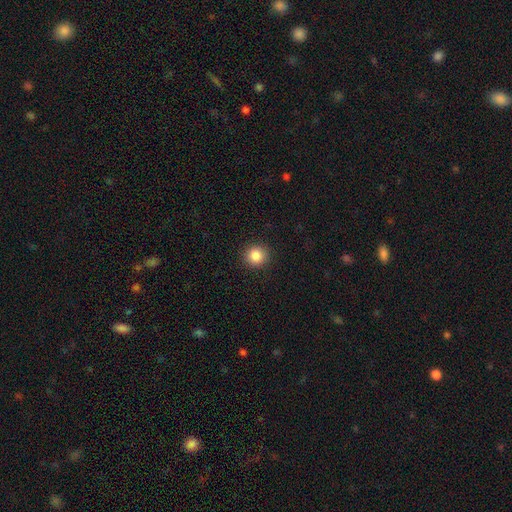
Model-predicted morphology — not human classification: A smooth galaxy with no disk features (86%) that is round (92%).

Vote fractions:
- Smooth or featured? smooth: 86% / star or artifact: 10% / featured or disk: 4%
- How rounded? round: 92% / in between: 7% / cigar-shaped: 1%
- Merging? none: 92% / minor disturbance: 5% / major disturbance: 2% / merger: 1%